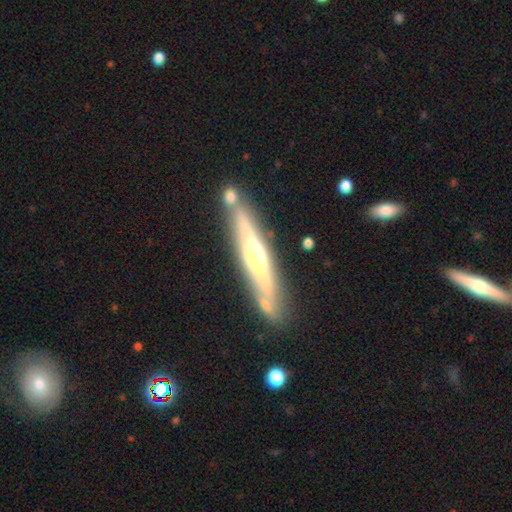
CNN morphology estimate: This is likely a featured or disk galaxy (69%). It is clearly viewed edge-on (92%). Edge-on bulge: likely rounded (75%). Merging: likely none (78%).